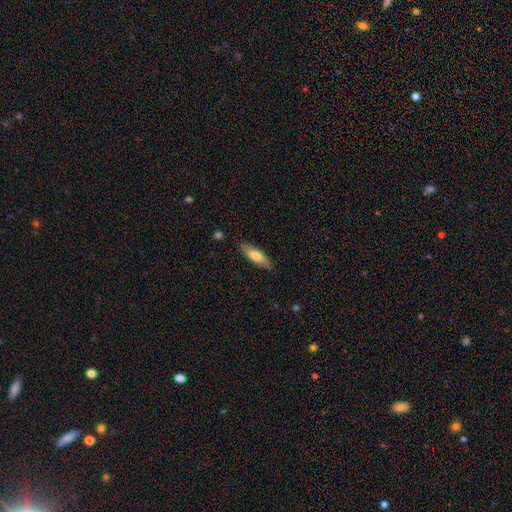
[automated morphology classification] smooth_or_featured: smooth (p=0.71) [alt: featured or disk p=0.24]
how_rounded: cigar-shaped (p=0.49) [tied with: in between p=0.49]
merging: none (p=0.83) [alt: minor disturbance p=0.13]